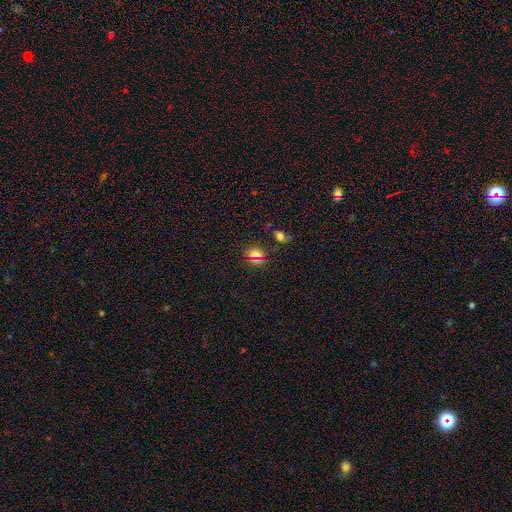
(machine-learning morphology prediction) A smooth galaxy with no disk features (50%) that is round (71%).

Vote fractions:
- Smooth or featured? smooth: 50% / star or artifact: 40% / featured or disk: 10%
- How rounded? round: 71% / in between: 25% / cigar-shaped: 3%
- Merging? none: 75% / minor disturbance: 12% / merger: 7% / major disturbance: 6%